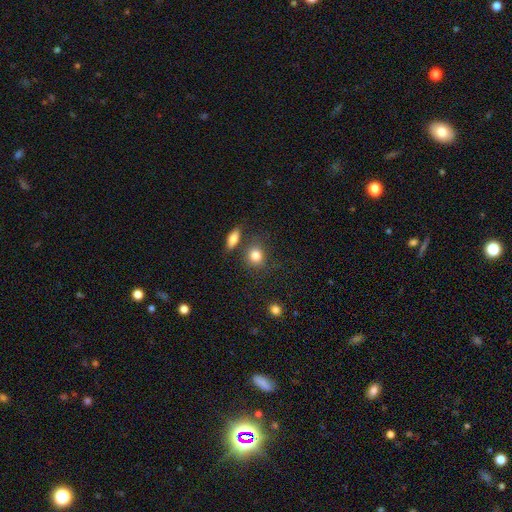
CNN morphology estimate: A smooth galaxy with no disk features (83%) that is round (66%).

Vote fractions:
- Smooth or featured? smooth: 83% / star or artifact: 9% / featured or disk: 7%
- How rounded? round: 66% / in between: 32% / cigar-shaped: 2%
- Merging? none: 67% / minor disturbance: 15% / merger: 13% / major disturbance: 6%